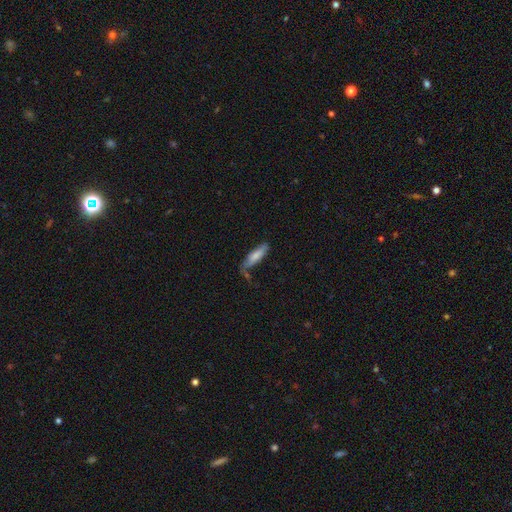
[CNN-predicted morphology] The model was most divided on "merging": none: 57%, minor disturbance: 25%, major disturbance: 9%, merger: 9%. More confident: smooth or featured — smooth (71%); how rounded — cigar-shaped (68%).